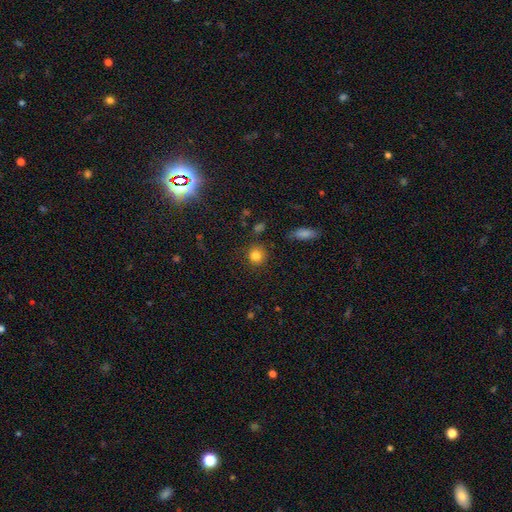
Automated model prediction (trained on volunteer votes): Smooth or featured? Predicted: smooth (p=0.83). How rounded? Predicted: round (p=0.87). Merging? Predicted: none (p=0.85).